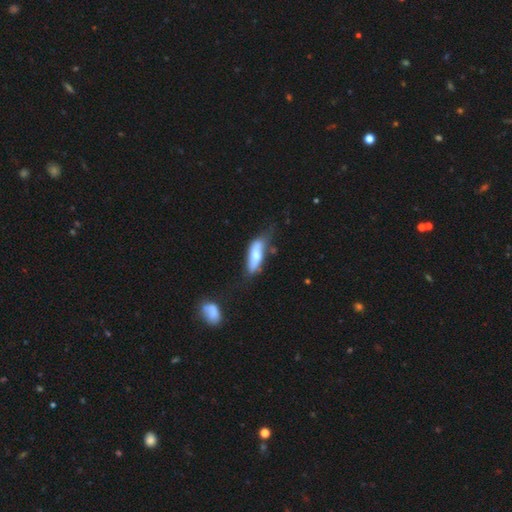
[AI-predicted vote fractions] smooth-or-featured: smooth: 61% | featured or disk: 34% | star or artifact: 6%
  how-rounded: in between: 50% | cigar-shaped: 48% | round: 2%
  merging: none: 47% | minor disturbance: 31% | major disturbance: 14% | merger: 7%